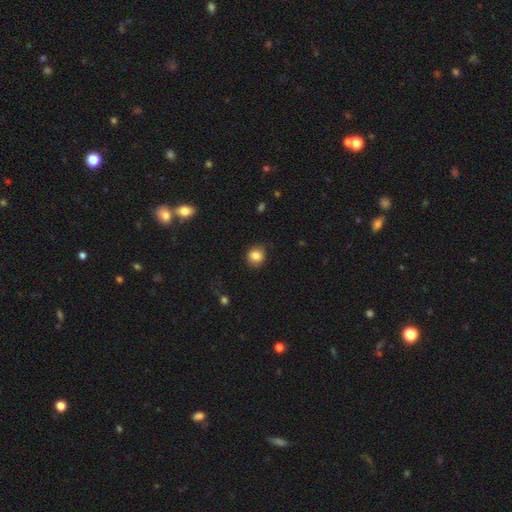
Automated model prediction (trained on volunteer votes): The model was most divided on "how rounded": round: 83%, in between: 16%, cigar-shaped: 1%. More confident: smooth or featured — smooth (85%); merging — none (83%).